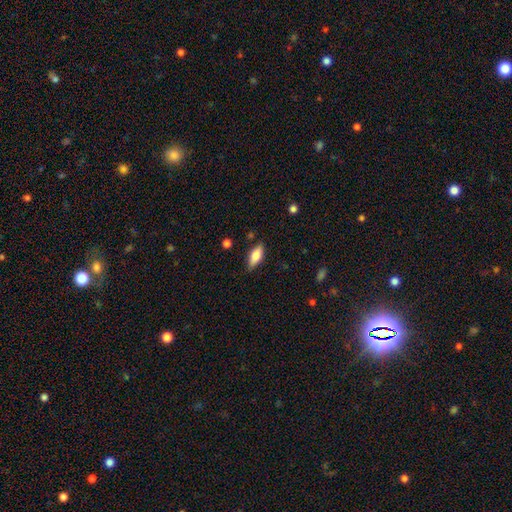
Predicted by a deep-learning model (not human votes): A smooth galaxy with no disk features (68%) that is in between round and cigar-shaped (75%). Merging: none (82%).